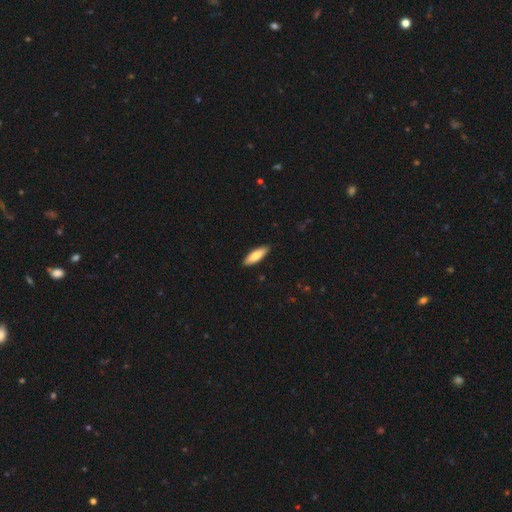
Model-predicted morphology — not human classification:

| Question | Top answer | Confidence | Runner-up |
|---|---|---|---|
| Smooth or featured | smooth | 79% | featured or disk (16%) |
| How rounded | in between | 50% | cigar-shaped (49%) |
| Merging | none | 89% | minor disturbance (8%) |